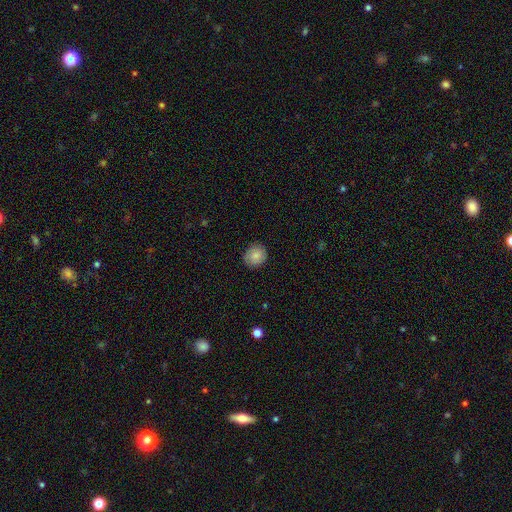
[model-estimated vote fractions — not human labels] A smooth galaxy with no disk features (69%) that is round (83%).

Vote fractions:
- Smooth or featured? smooth: 69% / featured or disk: 23% / star or artifact: 8%
- How rounded? round: 83% / in between: 16% / cigar-shaped: 1%
- Merging? none: 85% / minor disturbance: 11% / major disturbance: 2% / merger: 1%